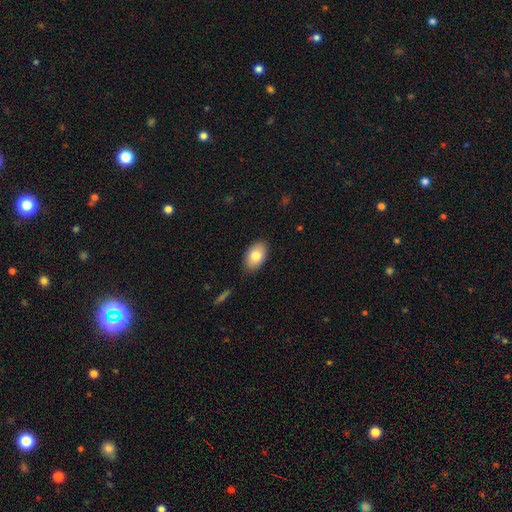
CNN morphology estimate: Q: Smooth or featured?
A: smooth (80%); runner-up: featured or disk (13%)
Q: How rounded?
A: in between (91%); runner-up: round (8%)
Q: Merging?
A: none (87%); runner-up: minor disturbance (10%)